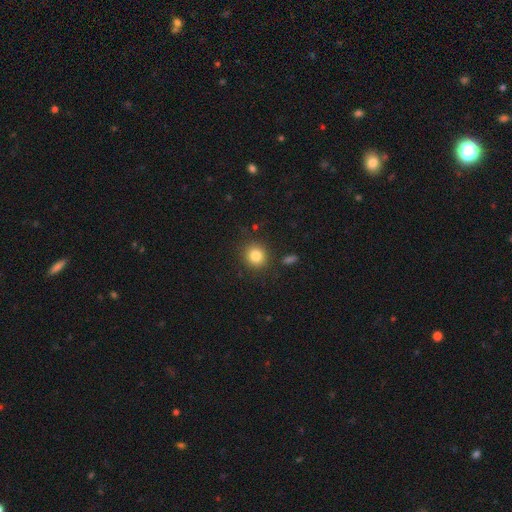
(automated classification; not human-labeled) Smooth or featured? smooth (83%)
How rounded? round (85%)
Merging? none (87%)